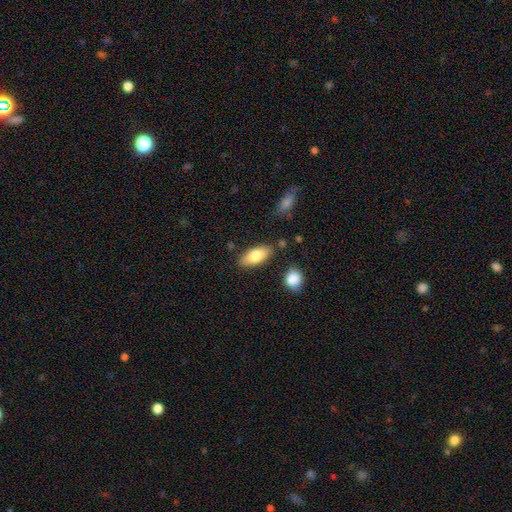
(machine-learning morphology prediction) This appears to be a smooth galaxy with no disk features (77%) that is in between round and cigar-shaped (85%). Merging: none (82%).